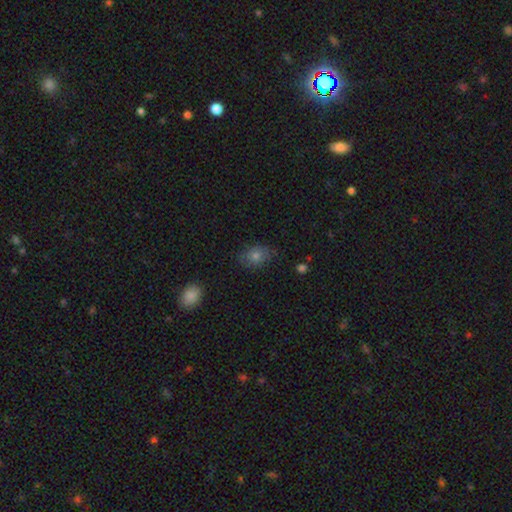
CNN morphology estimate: The model was most divided on "how rounded": in between: 70%, round: 29%, cigar-shaped: 1%. More confident: merging — none (78%); smooth or featured — smooth (73%).